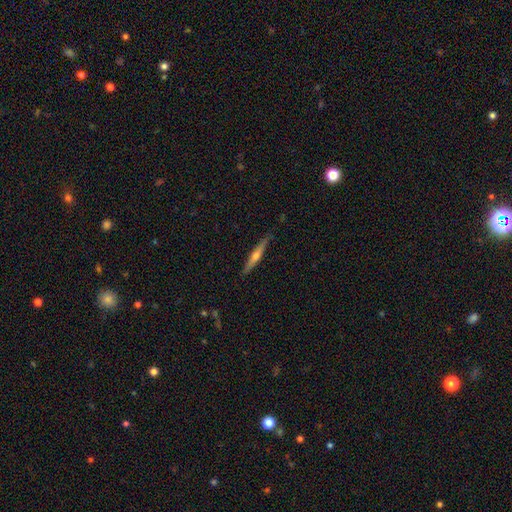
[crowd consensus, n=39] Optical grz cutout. It shows a featured or disk galaxy (72%) viewed edge-on (96%) with a rounded central bulge (78%). Merging: none (89%).